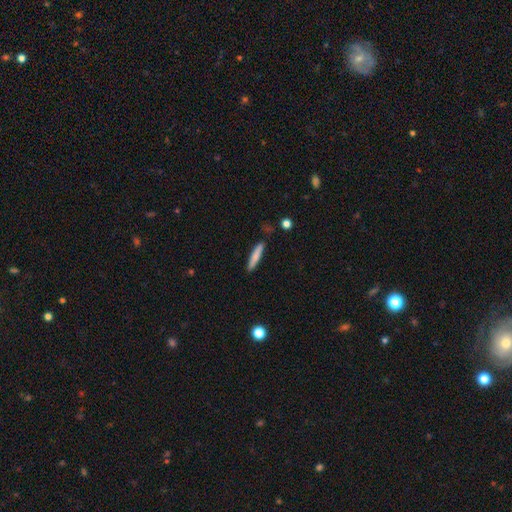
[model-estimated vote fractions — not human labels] smooth_or_featured: smooth (p=0.77) [alt: featured or disk p=0.17]
how_rounded: cigar-shaped (p=0.91) [alt: in between p=0.07]
merging: none (p=0.87) [alt: minor disturbance p=0.09]